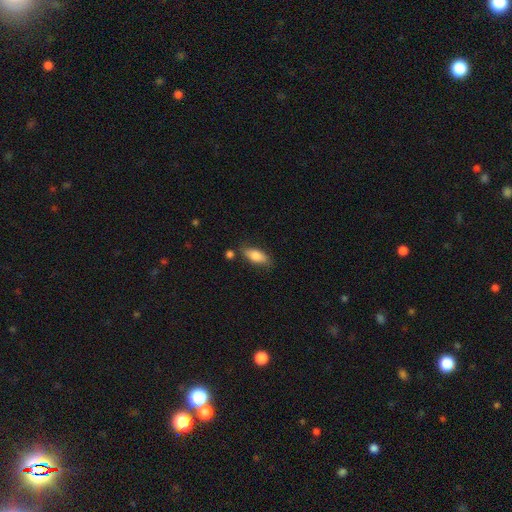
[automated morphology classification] Overall: smooth (77%). How rounded: in between (78%). Merging: none (75%).